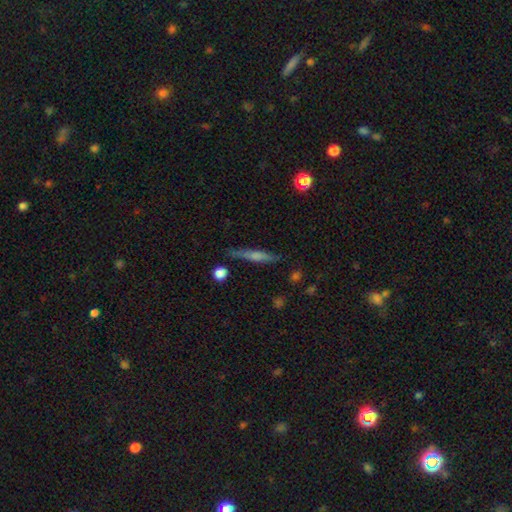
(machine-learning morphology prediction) type=featured or disk (47%); merging=none (82%).